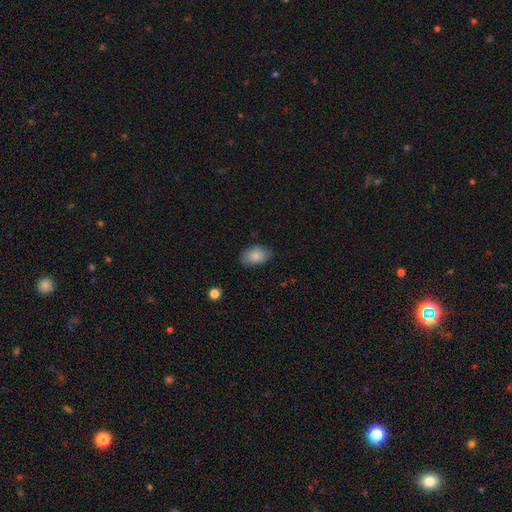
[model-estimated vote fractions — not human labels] smooth-or-featured: smooth: 84% | featured or disk: 9% | star or artifact: 7%
  how-rounded: in between: 87% | round: 12% | cigar-shaped: 1%
  merging: none: 76% | minor disturbance: 20% | major disturbance: 4% | merger: 1%